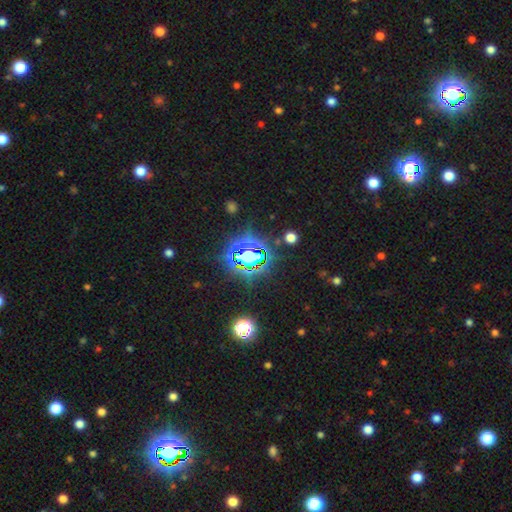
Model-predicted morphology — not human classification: smooth-or-featured: star or artifact: 77% | smooth: 15% | featured or disk: 9%